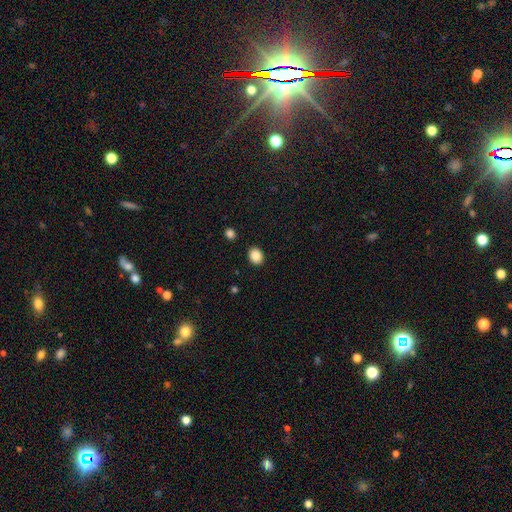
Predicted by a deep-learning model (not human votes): Q: Smooth or featured?
A: smooth (87%); runner-up: star or artifact (9%)
Q: How rounded?
A: round (51%); runner-up: in between (48%)
Q: Merging?
A: none (90%); runner-up: minor disturbance (7%)